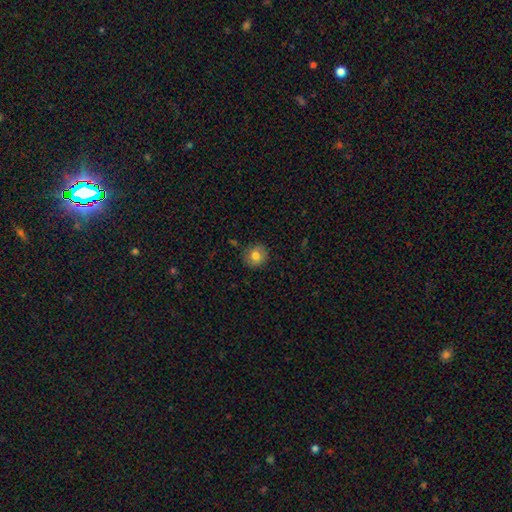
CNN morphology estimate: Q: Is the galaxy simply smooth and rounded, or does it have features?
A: smooth — 80%.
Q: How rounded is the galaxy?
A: round — 88%.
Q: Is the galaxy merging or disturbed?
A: none — 85%.